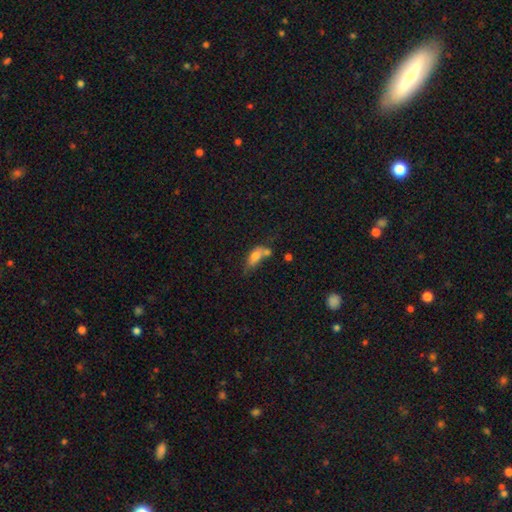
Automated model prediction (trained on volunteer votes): Smooth or featured? smooth (69%)
How rounded? in between (78%)
Merging? merger (38%)